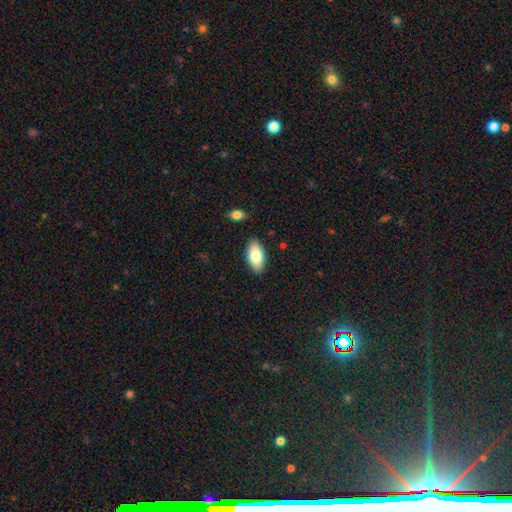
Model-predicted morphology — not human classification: A smooth galaxy with no disk features (80%) that is in between round and cigar-shaped (92%).

Vote fractions:
- Smooth or featured? smooth: 80% / featured or disk: 14% / star or artifact: 6%
- How rounded? in between: 92% / cigar-shaped: 6% / round: 3%
- Merging? none: 87% / minor disturbance: 9% / major disturbance: 2% / merger: 2%